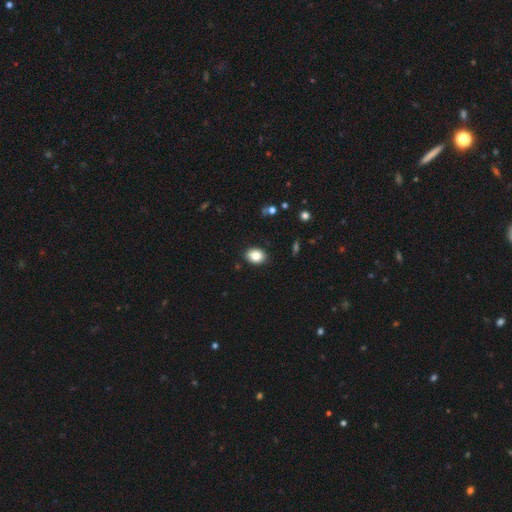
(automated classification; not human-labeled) This appears to be a smooth galaxy with no disk features (86%) that is in between round and cigar-shaped (67%). Merging: none (89%).